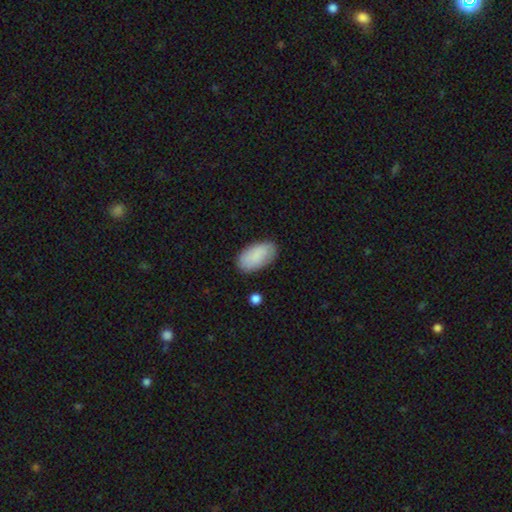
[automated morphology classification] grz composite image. It shows a smooth galaxy with no disk features (87%) that is in between round and cigar-shaped (95%). Merging: none (83%).